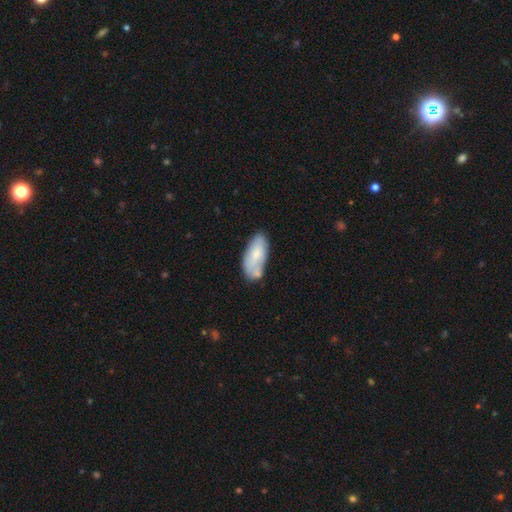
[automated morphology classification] smooth 71%, featured or disk 22%, star or artifact 6%. Down the decision tree: how rounded — in between (89%); merging — none (53%).